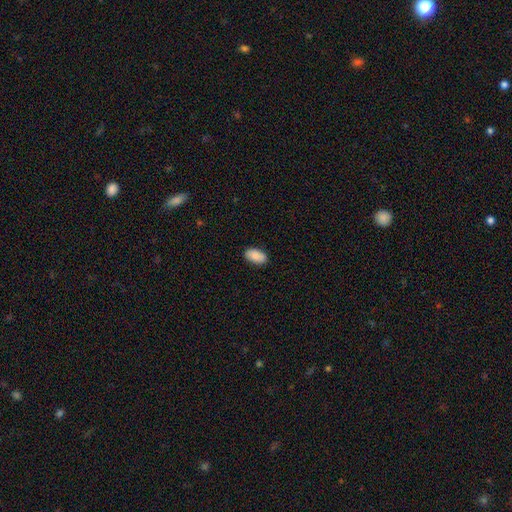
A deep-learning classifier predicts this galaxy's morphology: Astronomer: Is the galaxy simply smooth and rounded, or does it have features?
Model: smooth — 90%.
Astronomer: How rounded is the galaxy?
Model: in between — 95%.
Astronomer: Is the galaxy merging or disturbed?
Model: none — 88%.